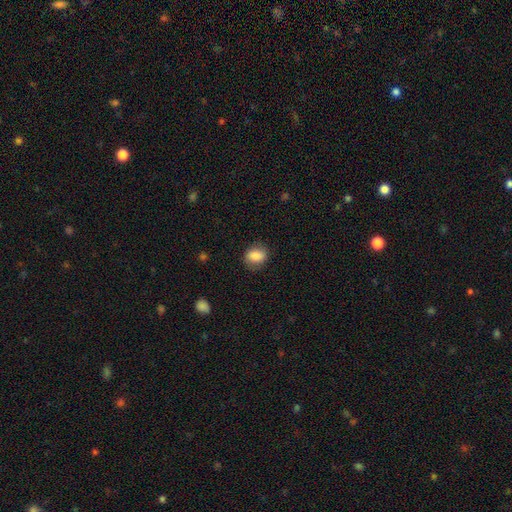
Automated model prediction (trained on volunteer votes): Smooth or featured? smooth (85%)
How rounded? in between (58%)
Merging? none (80%)